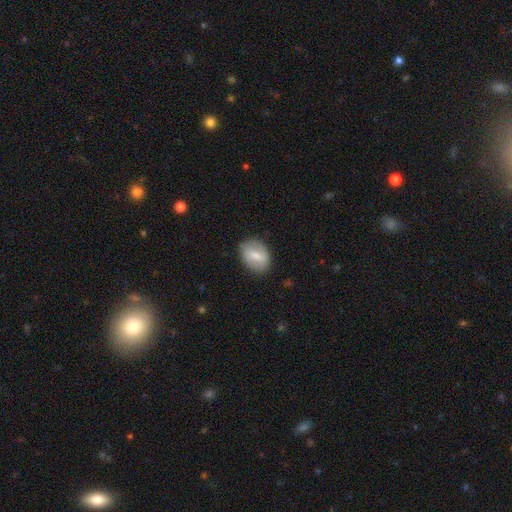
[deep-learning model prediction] A smooth galaxy with no disk features (69%) that is in between round and cigar-shaped (67%). Merging: none (76%).